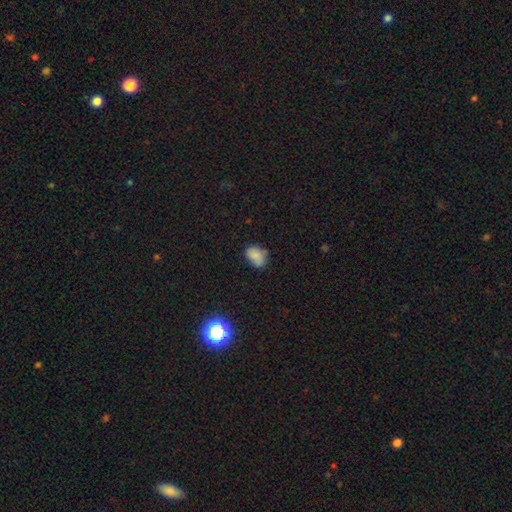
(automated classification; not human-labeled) Overall: smooth (80%). How rounded: in between (68%; round 31%). Merging: none (59%; minor disturbance 30%).